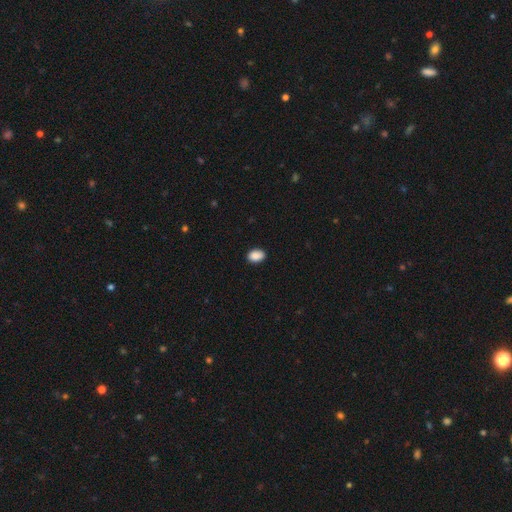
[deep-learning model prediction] smooth 89%, star or artifact 8%, featured or disk 3%. Down the decision tree: how rounded — in between (81%); merging — none (87%).